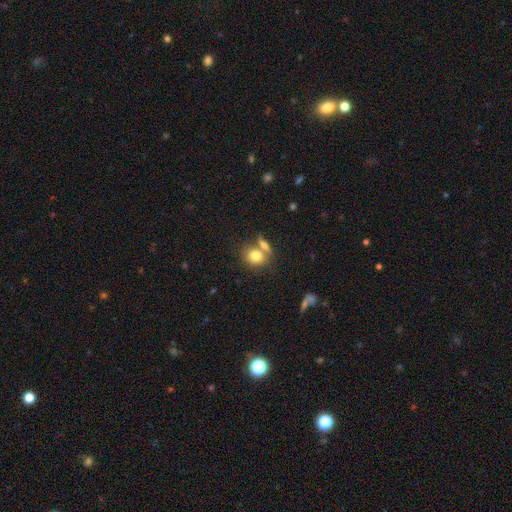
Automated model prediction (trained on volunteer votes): A smooth galaxy with no disk features (78%) that is round (57%). Merging: none (48%).